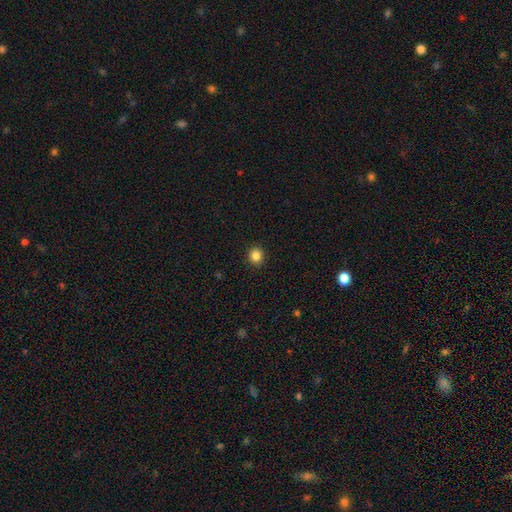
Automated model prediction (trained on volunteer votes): This appears to be a smooth galaxy with no disk features (85%) that is round (85%). Merging: none (92%).